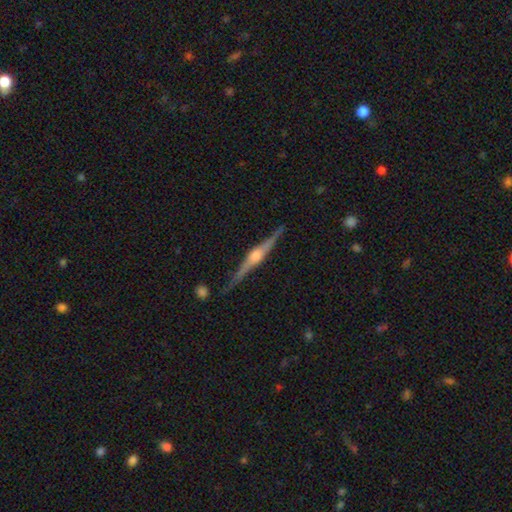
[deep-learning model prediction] This appears to be a featured or disk galaxy (86%) viewed edge-on (98%) with a rounded central bulge (90%). Merging: none (86%).